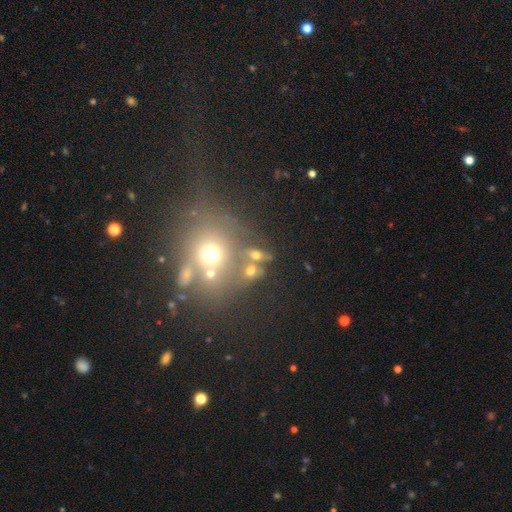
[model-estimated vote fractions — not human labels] Smooth or featured? smooth (58%)
How rounded? in between (46%, tied with round)
Merging? none (54%)